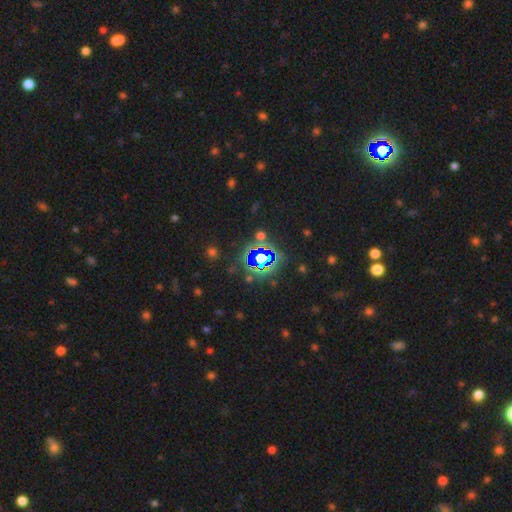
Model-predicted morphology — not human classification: smooth_or_featured: star or artifact (p=0.77) [alt: smooth p=0.14]